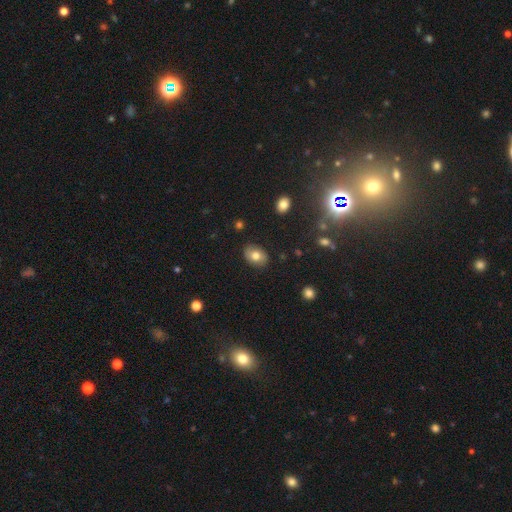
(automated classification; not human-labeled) A smooth galaxy with no disk features (75%) that is in between round and cigar-shaped (75%). Merging: none (86%).